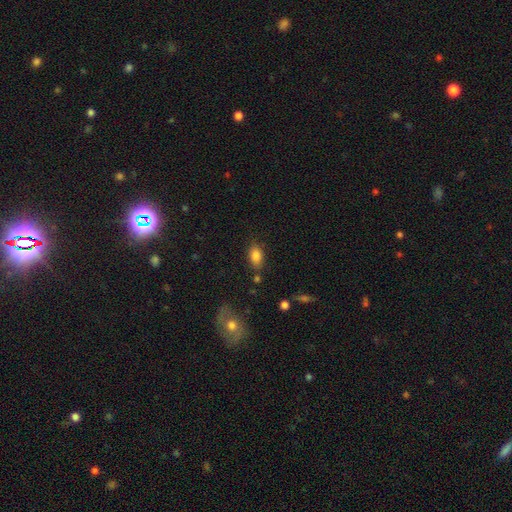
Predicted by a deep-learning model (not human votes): Smooth or featured?
  - smooth: 84% *
  - star or artifact: 9%
  - featured or disk: 7%
How rounded?
  - in between: 88% *
  - round: 8%
  - cigar-shaped: 4%
Merging?
  - none: 76% *
  - minor disturbance: 16%
  - merger: 5%
  - major disturbance: 4%